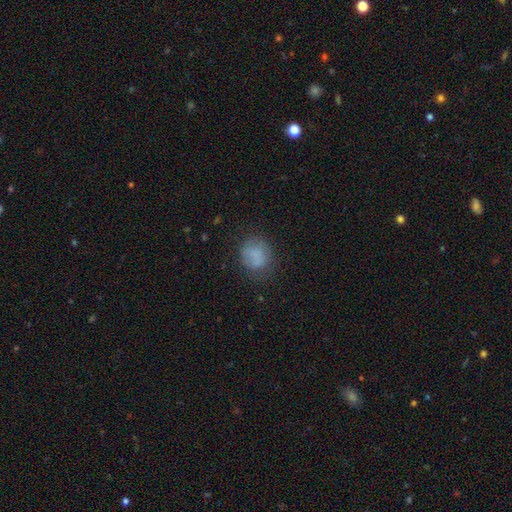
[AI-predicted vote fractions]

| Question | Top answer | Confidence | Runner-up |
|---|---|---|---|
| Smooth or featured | smooth | 77% | featured or disk (14%) |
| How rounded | round | 73% | in between (26%) |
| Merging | none | 68% | minor disturbance (20%) |